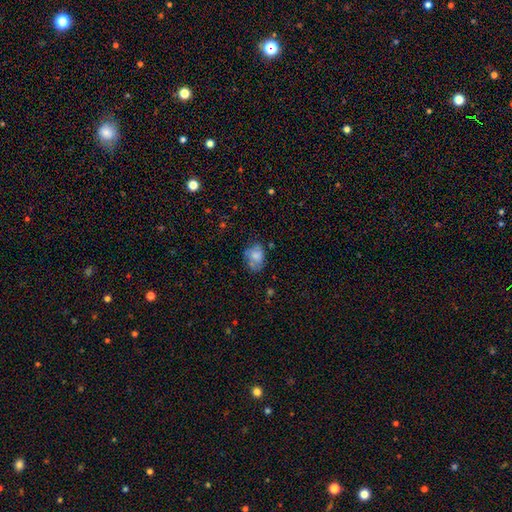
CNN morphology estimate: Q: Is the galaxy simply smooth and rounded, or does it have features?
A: smooth — 62%.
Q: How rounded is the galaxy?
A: in between — 68%.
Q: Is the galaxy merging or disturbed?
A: none — 54%.